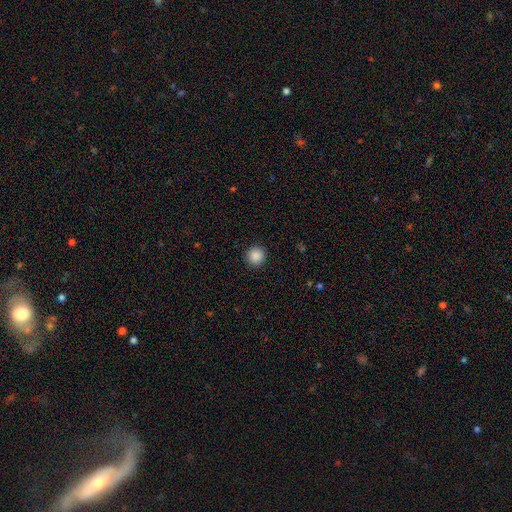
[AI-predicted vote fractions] Smooth or featured? smooth (88%)
How rounded? round (95%)
Merging? none (92%)